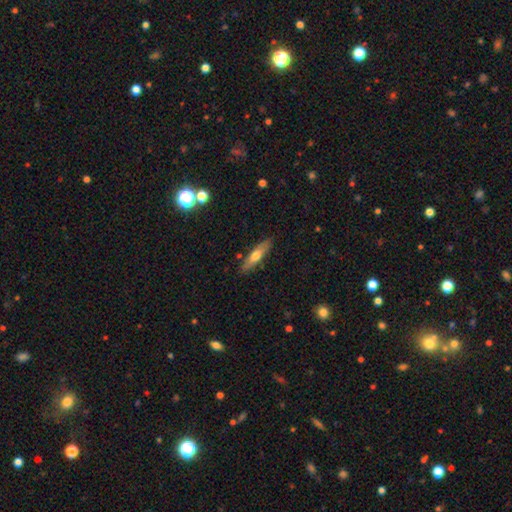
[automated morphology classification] Smooth or featured? smooth (57%)
How rounded? cigar-shaped (74%)
Merging? none (87%)